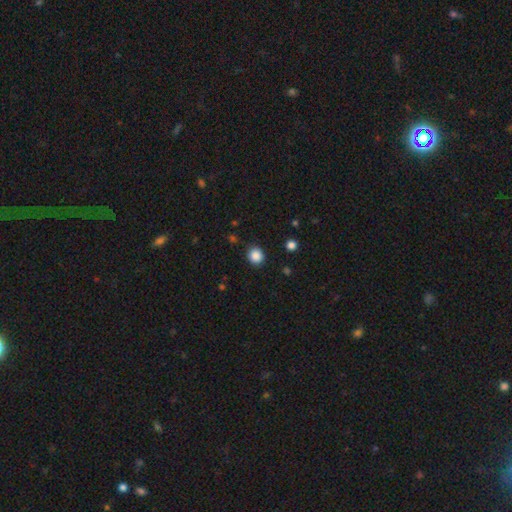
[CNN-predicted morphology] A smooth galaxy with no disk features (87%) that is round (83%). Merging: none (89%).